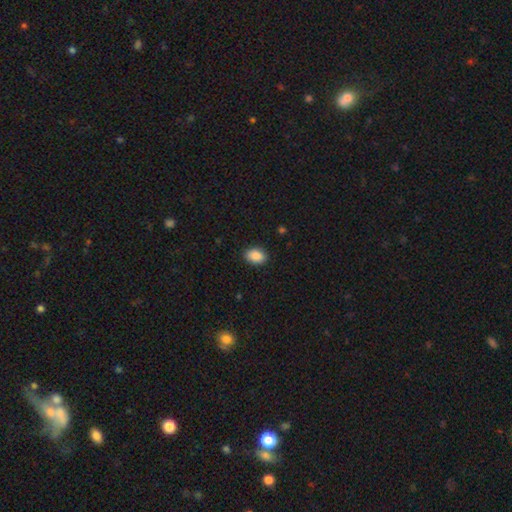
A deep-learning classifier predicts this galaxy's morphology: Smooth or featured? smooth (88%)
How rounded? in between (81%)
Merging? none (90%)